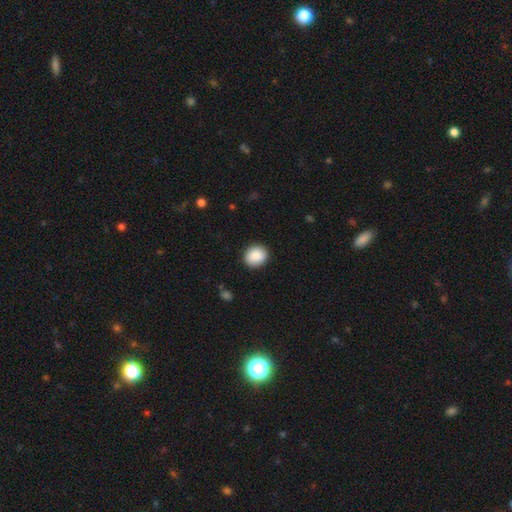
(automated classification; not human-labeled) Smooth or featured: smooth — 89% (star or artifact — 7%)
How rounded: round — 72% (in between — 27%)
Merging: none — 89% (minor disturbance — 8%)